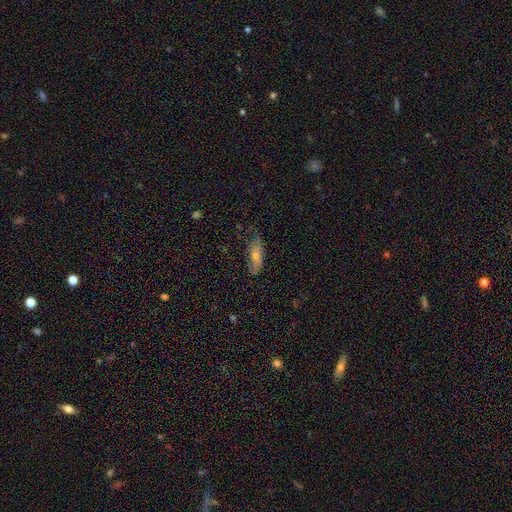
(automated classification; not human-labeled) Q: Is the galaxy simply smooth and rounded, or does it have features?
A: smooth — 47%.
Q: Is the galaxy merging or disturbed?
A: none — 66%.